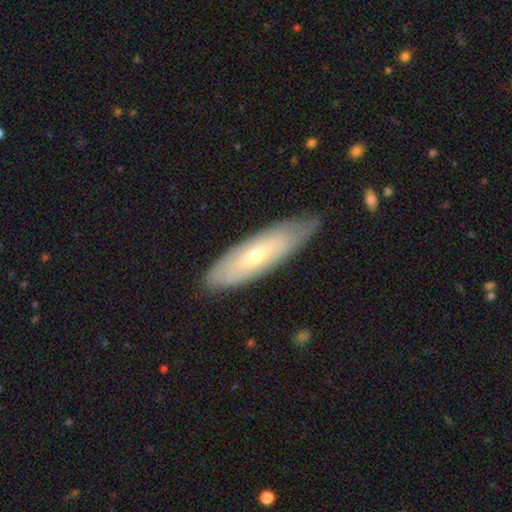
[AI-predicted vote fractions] A featured or disk galaxy (50%). Merging: none (76%).